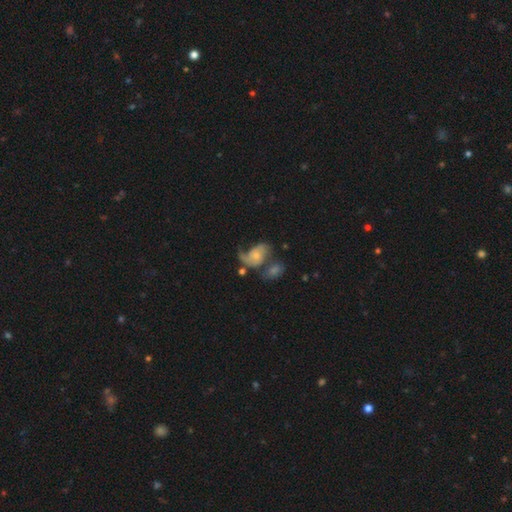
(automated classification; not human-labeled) Q: Smooth or featured?
A: featured or disk (68%); runner-up: smooth (25%)
Q: Edge-on disk?
A: no (97%); runner-up: yes (3%)
Q: Bar?
A: no (70%); runner-up: weak (25%)
Q: Spiral arms?
A: yes (89%); runner-up: no (11%)
Q: Spiral winding?
A: loose (54%); runner-up: medium (34%)
Q: Spiral arm count?
A: 2 (62%); runner-up: 1 (26%)
Q: Bulge size?
A: small (54%); runner-up: moderate (30%)
Q: Merging?
A: merger (31%); runner-up: none (26%)